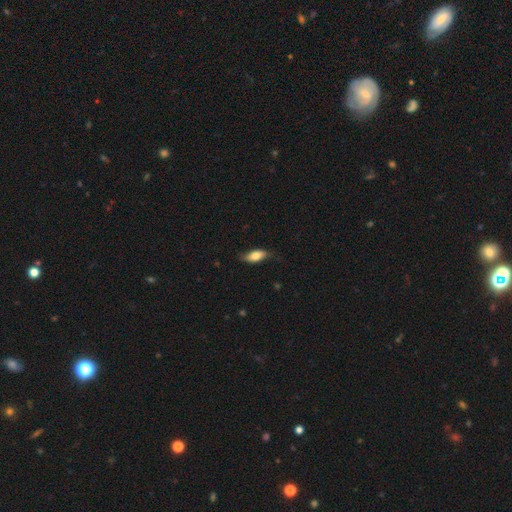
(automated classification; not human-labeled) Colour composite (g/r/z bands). It shows a smooth galaxy with no disk features (73%) that is in between round and cigar-shaped (83%). Merging: none (70%).